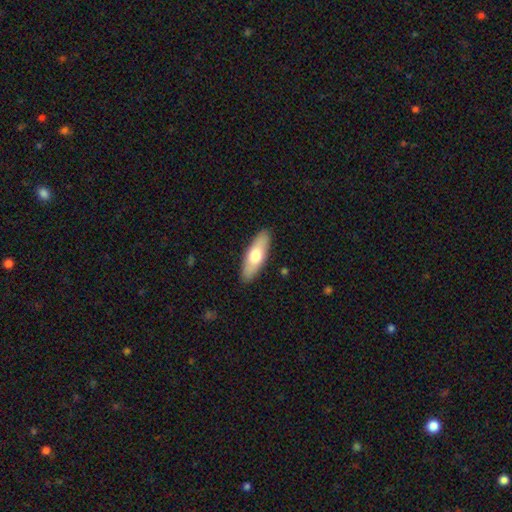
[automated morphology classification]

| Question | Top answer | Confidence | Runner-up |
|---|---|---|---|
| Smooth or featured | smooth | 66% | featured or disk (29%) |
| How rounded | in between | 57% | cigar-shaped (40%) |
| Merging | none | 89% | minor disturbance (8%) |